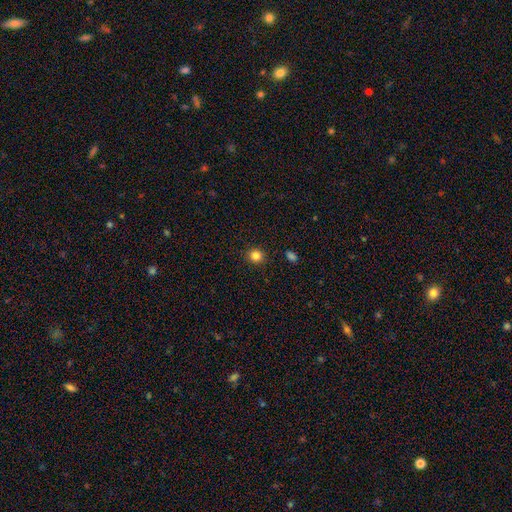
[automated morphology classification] Smooth or featured?
  - smooth: 84% *
  - star or artifact: 12%
  - featured or disk: 4%
How rounded?
  - round: 86% *
  - in between: 13%
  - cigar-shaped: 1%
Merging?
  - none: 92% *
  - minor disturbance: 5%
  - major disturbance: 2%
  - merger: 1%